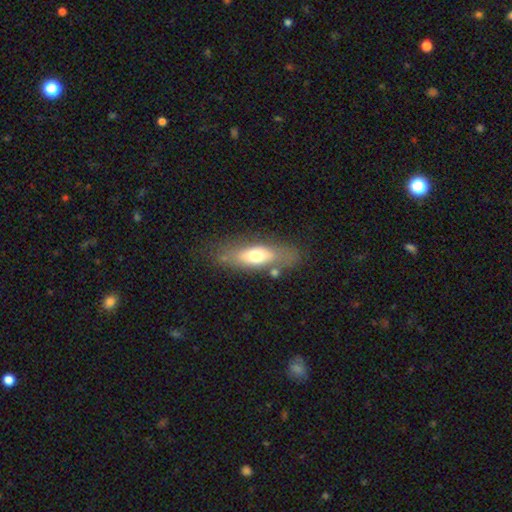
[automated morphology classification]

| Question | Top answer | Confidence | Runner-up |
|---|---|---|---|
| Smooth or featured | smooth | 58% | featured or disk (35%) |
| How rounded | in between | 68% | cigar-shaped (29%) |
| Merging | none | 69% | minor disturbance (17%) |